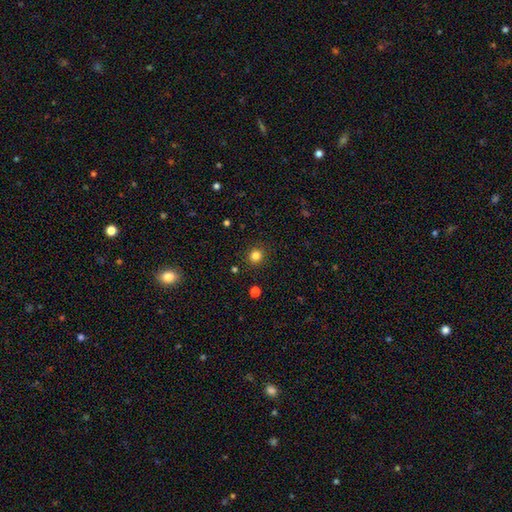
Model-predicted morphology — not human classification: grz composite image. It shows a smooth galaxy with no disk features (82%) that is round (90%). Merging: none (91%).